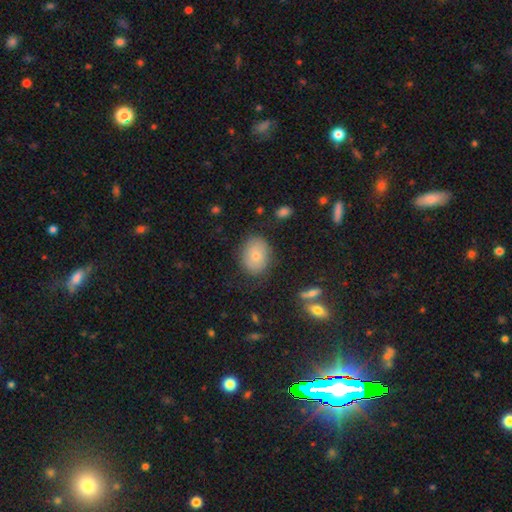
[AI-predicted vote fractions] This is likely a smooth galaxy (72%). How rounded: likely in between (61%). Merging: likely none (79%).